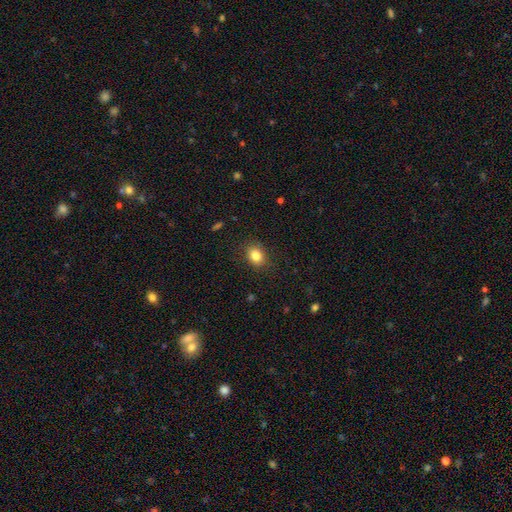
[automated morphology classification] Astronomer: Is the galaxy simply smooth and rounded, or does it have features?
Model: smooth — 83%.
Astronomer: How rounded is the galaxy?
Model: in between — 50% (runner-up: round, 49%).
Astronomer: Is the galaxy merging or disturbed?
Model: none — 86%.